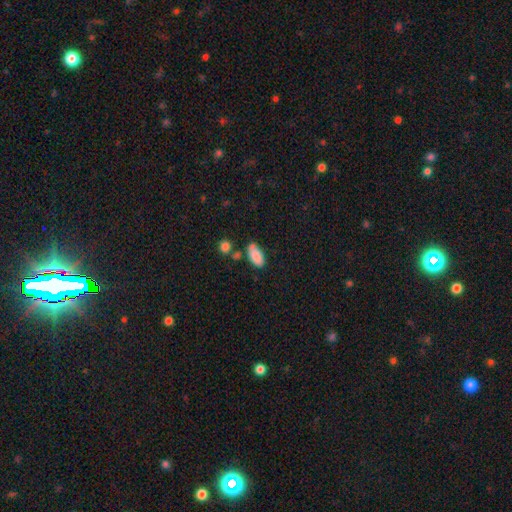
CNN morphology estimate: Smooth or featured? smooth (85%)
How rounded? in between (92%)
Merging? none (63%)